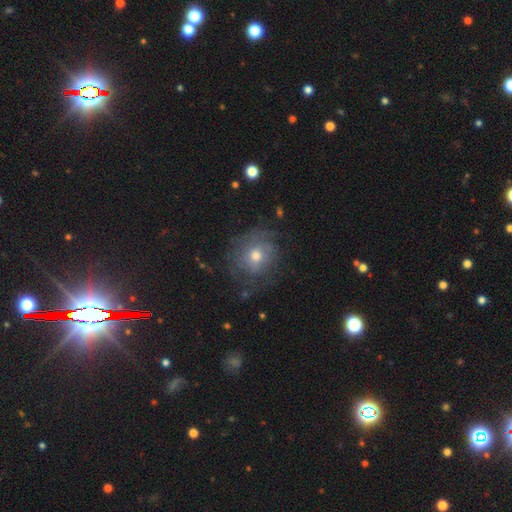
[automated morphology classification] This appears to be a featured or disk galaxy (49%). Merging: none (68%).